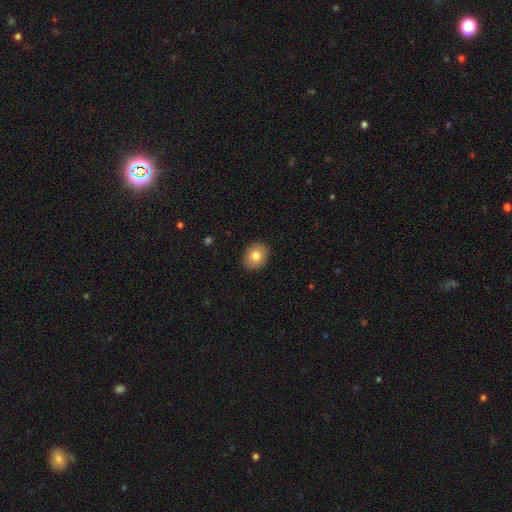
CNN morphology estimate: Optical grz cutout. It shows a smooth galaxy with no disk features (82%) that is round (56%). Merging: none (90%).